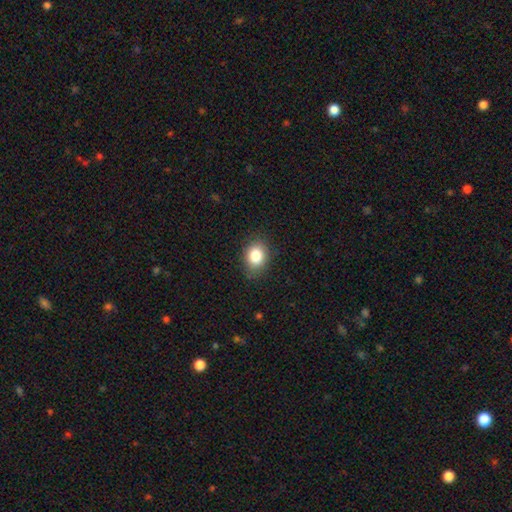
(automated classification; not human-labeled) The model was most divided on "how rounded": in between: 57%, round: 42%, cigar-shaped: 1%. More confident: smooth or featured — smooth (84%); merging — none (84%).